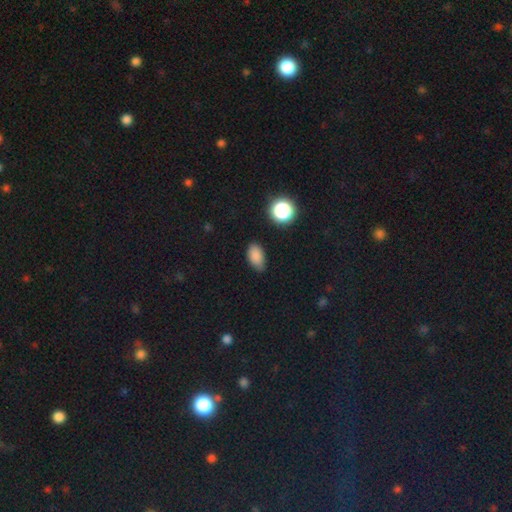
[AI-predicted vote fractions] Smooth or featured? Predicted: smooth (p=0.84). How rounded? Predicted: in between (p=0.88). Merging? Predicted: none (p=0.73).